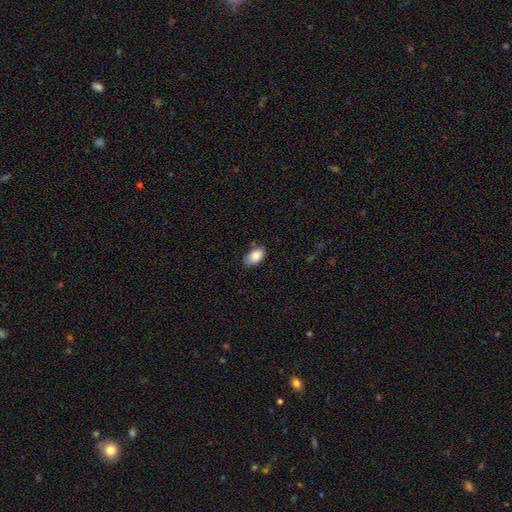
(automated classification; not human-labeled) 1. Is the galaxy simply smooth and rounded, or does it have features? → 87% smooth, 7% star or artifact, 6% featured or disk.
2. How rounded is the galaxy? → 93% in between, 6% round, 2% cigar-shaped.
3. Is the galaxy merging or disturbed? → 72% none, 23% minor disturbance, 3% major disturbance, 2% merger.